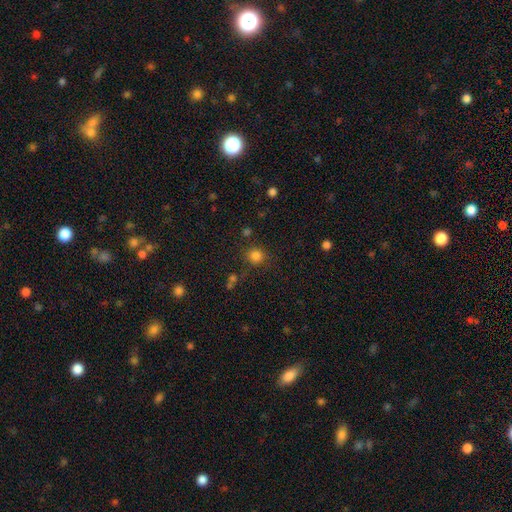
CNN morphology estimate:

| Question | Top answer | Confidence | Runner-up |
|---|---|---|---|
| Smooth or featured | smooth | 80% | star or artifact (15%) |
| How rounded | round | 87% | in between (12%) |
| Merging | none | 79% | minor disturbance (11%) |